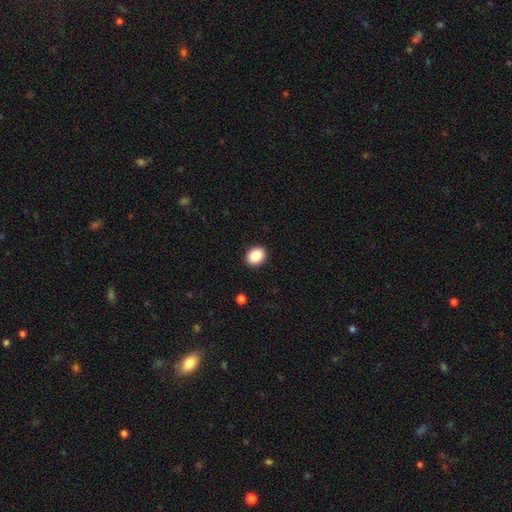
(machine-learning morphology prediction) A smooth galaxy with no disk features (88%) that is in between round and cigar-shaped (53%). Merging: none (92%).